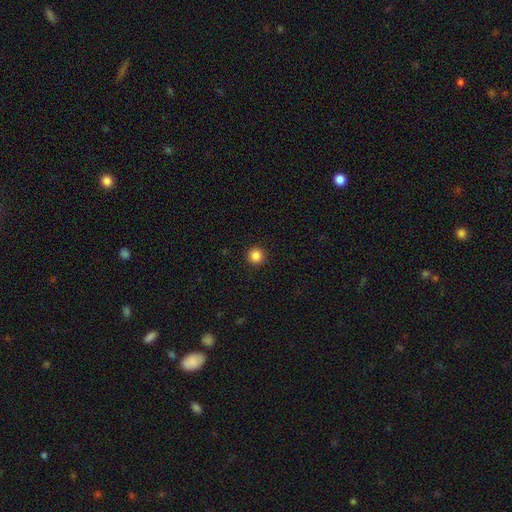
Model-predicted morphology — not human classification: This is clearly a smooth galaxy (86%). How rounded: clearly round (96%). Merging: clearly none (93%).